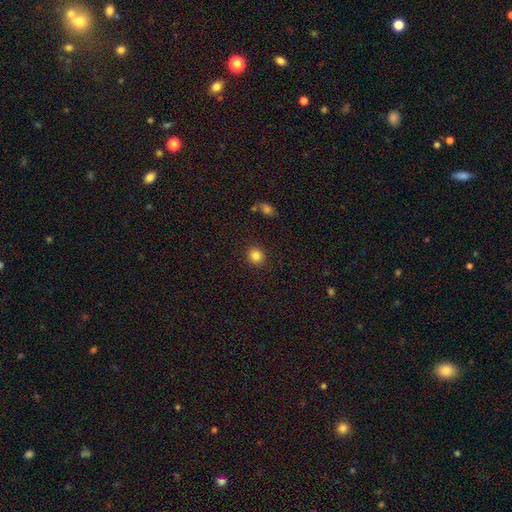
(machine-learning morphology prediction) Smooth or featured: smooth — 84% (star or artifact — 11%)
How rounded: round — 88% (in between — 11%)
Merging: none — 90% (minor disturbance — 6%)